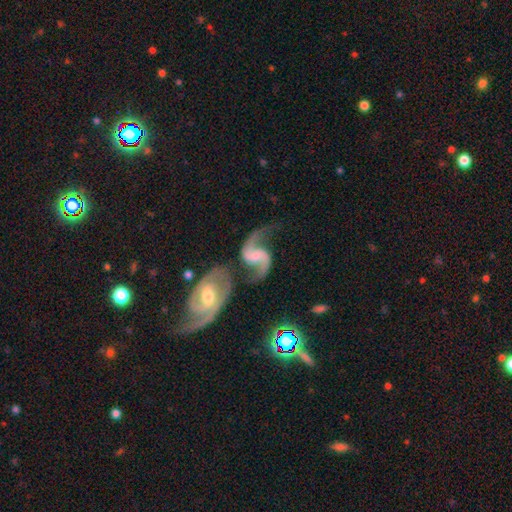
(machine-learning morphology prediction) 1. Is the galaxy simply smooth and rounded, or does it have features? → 91% featured or disk, 5% smooth, 4% star or artifact.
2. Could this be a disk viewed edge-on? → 98% no, 2% yes.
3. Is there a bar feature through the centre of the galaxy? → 46% weak, 38% no, 15% strong.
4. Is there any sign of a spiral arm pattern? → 97% yes, 3% no.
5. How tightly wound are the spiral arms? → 72% loose, 24% medium, 4% tight.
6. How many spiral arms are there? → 93% 2, 2% 1, 1% can't tell, 1% 3, 1% 4, 1% more than 4.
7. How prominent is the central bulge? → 45% small, 27% moderate, 23% none, 4% large, 1% dominant.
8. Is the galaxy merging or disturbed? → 49% none, 23% merger, 16% minor disturbance, 11% major disturbance.